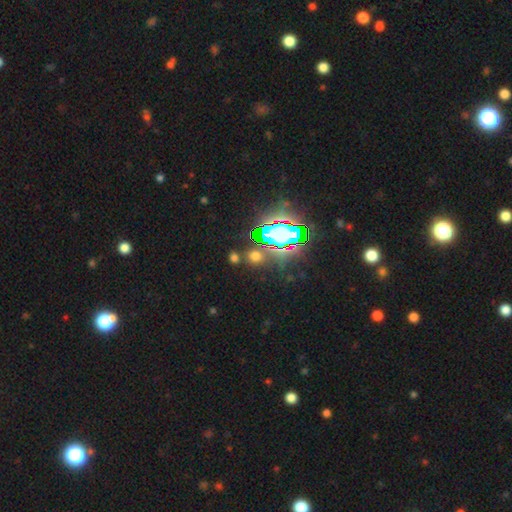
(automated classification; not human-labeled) Q: Smooth or featured?
A: star or artifact (48%); runner-up: smooth (44%)